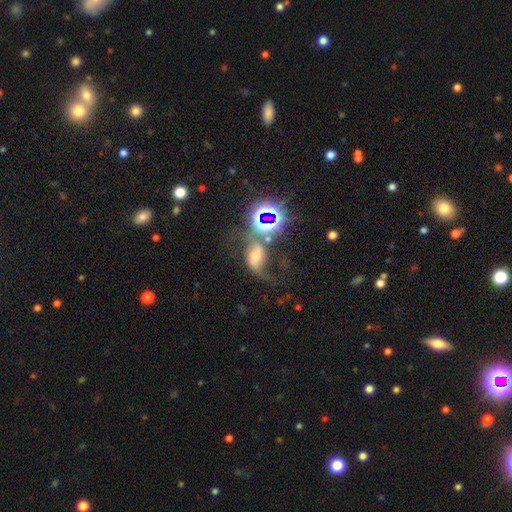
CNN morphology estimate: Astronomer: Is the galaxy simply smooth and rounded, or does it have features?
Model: featured or disk — 50% (runner-up: star or artifact, 26%).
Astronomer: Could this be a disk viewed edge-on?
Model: no — 95%.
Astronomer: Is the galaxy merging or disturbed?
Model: none — 37% (runner-up: major disturbance, 24%).